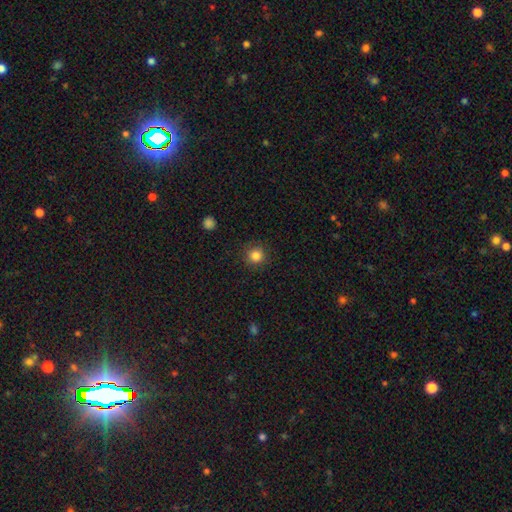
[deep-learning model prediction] Morphology: type=smooth (83%); roundness=round (94%); merging=none (90%).